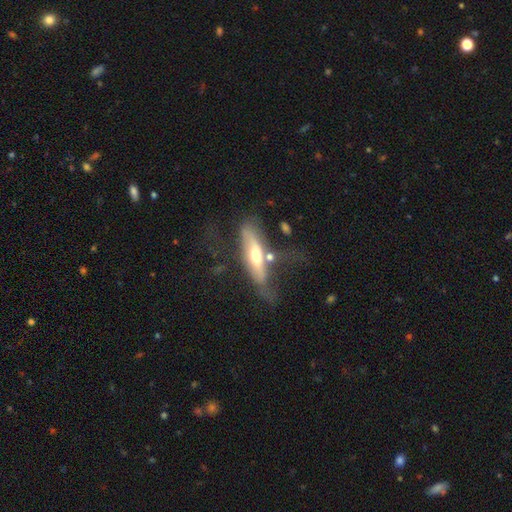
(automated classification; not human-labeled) The model was most divided on "edge-on disk": yes: 57%, no: 43%. Remaining: smooth or featured — featured or disk (56%); merging — none (40%).